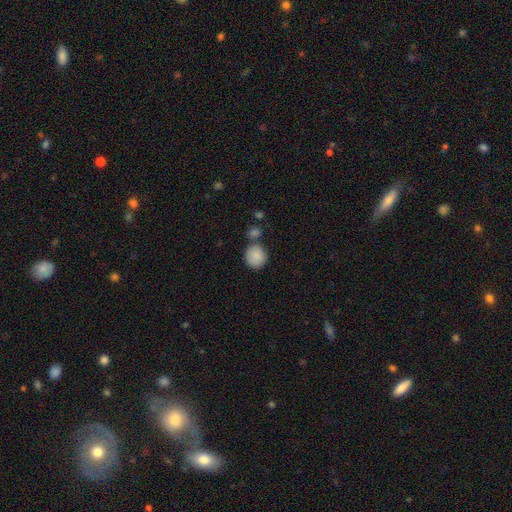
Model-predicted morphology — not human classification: smooth 88%, star or artifact 7%, featured or disk 5%. Down the decision tree: how rounded — round (88%); merging — none (65%).